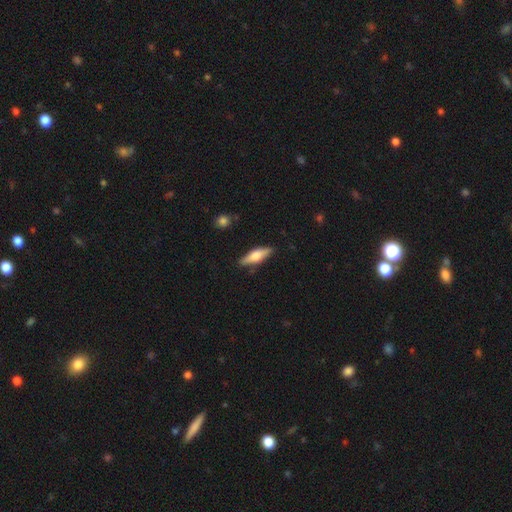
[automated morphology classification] The model was most divided on "smooth or featured": featured or disk: 48%, smooth: 46%, star or artifact: 6%. More confident: merging — none (86%).